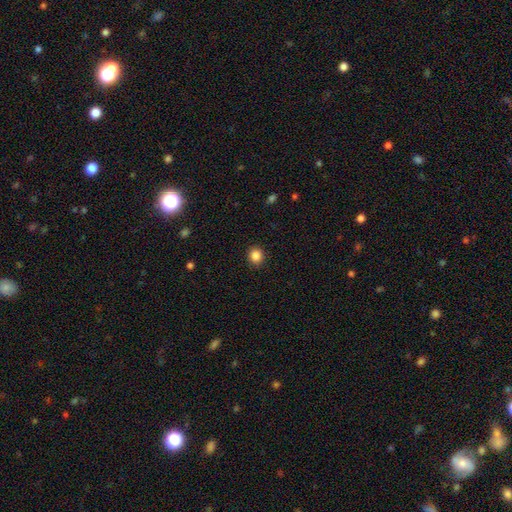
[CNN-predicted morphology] smooth 86%, star or artifact 10%, featured or disk 4%. Down the decision tree: how rounded — round (84%); merging — none (91%).